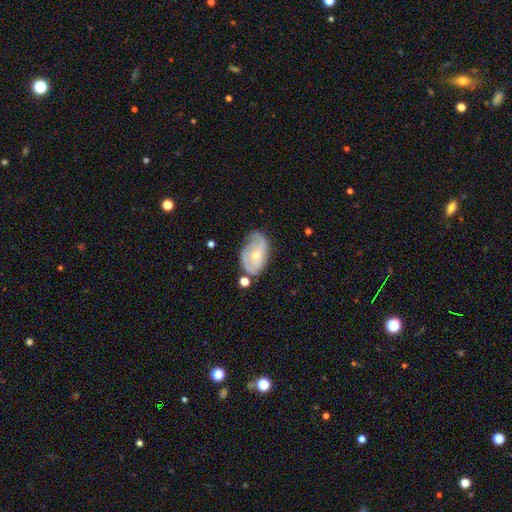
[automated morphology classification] Smooth or featured?
  - featured or disk: 73% *
  - smooth: 21%
  - star or artifact: 6%
Edge-on disk?
  - no: 96% *
  - yes: 4%
Bar?
  - no: 68% *
  - weak: 27%
  - strong: 5%
Spiral arms?
  - yes: 88% *
  - no: 12%
Spiral winding?
  - tight: 41% *
  - medium: 39%
  - loose: 20%
Spiral arm count?
  - 2: 48% *
  - can't tell: 25%
  - 1: 11%
  - 3: 11%
  - 4: 3%
  - more than 4: 2%
Bulge size?
  - small: 56% *
  - moderate: 40%
  - none: 1%
  - large: 1%
  - dominant: 1%
Merging?
  - none: 57% *
  - minor disturbance: 27%
  - major disturbance: 11%
  - merger: 6%